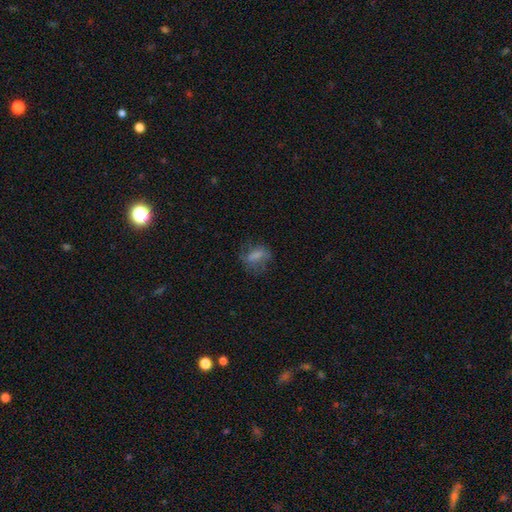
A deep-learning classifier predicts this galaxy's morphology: The model was most divided on "smooth or featured": smooth: 58%, featured or disk: 30%, star or artifact: 12%. More confident: how rounded — in between (67%); merging — none (53%).